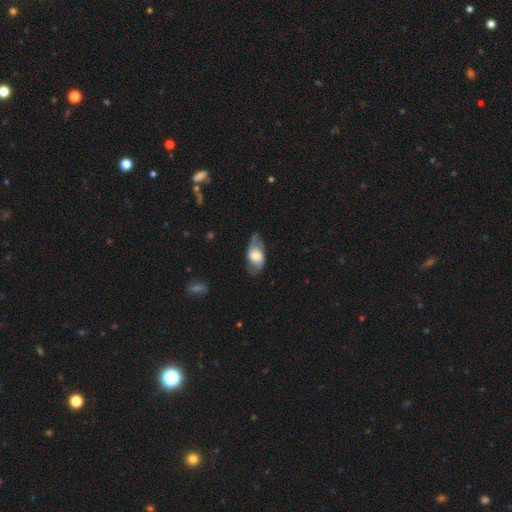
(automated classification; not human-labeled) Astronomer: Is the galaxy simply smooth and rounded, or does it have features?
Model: smooth — 50% (runner-up: featured or disk, 43%).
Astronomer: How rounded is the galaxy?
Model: in between — 89%.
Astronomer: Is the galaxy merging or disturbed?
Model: none — 61%.